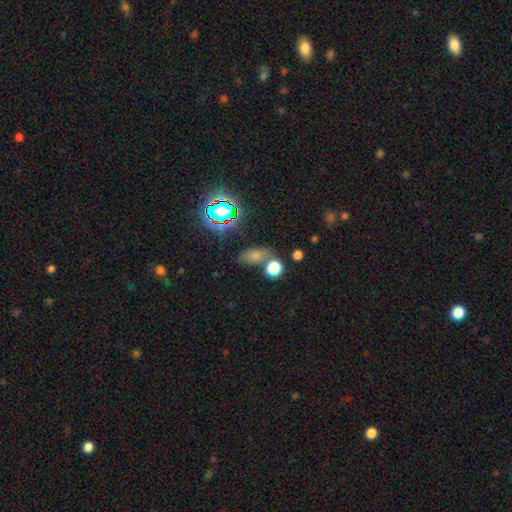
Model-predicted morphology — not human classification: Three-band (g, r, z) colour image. It shows a smooth galaxy with no disk features (68%) that is in between round and cigar-shaped (79%). Merging: none (65%).